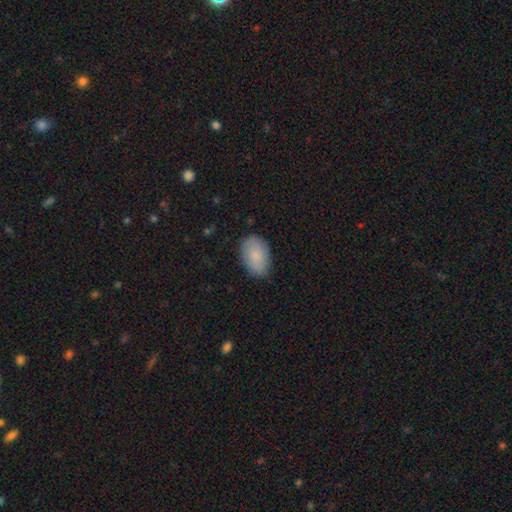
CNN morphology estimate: type=smooth (85%); roundness=in between (90%); merging=none (82%).